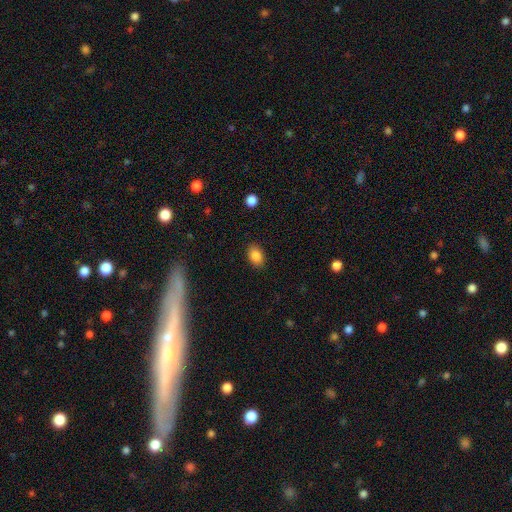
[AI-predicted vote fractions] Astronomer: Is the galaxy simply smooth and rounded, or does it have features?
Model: smooth — 86%.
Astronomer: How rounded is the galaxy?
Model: in between — 84%.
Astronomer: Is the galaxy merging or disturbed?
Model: none — 87%.